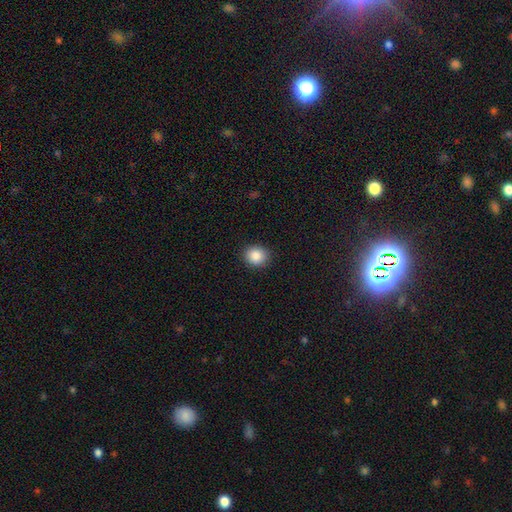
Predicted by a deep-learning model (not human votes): Smooth or featured? smooth (86%)
How rounded? round (76%)
Merging? none (90%)